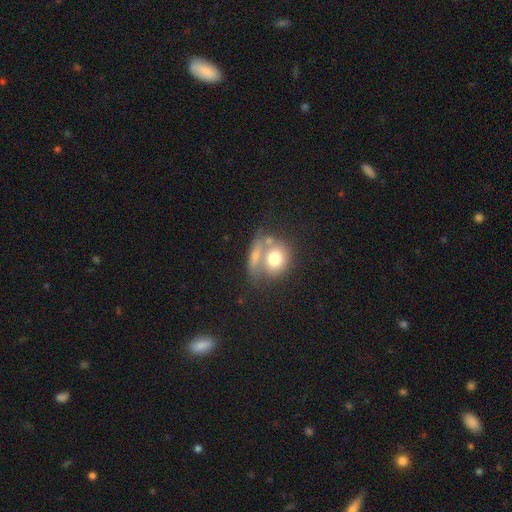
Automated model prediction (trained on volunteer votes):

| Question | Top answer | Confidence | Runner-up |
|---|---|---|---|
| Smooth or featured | smooth | 66% | featured or disk (25%) |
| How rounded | round | 58% | in between (38%) |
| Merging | merger | 48% | none (31%) |